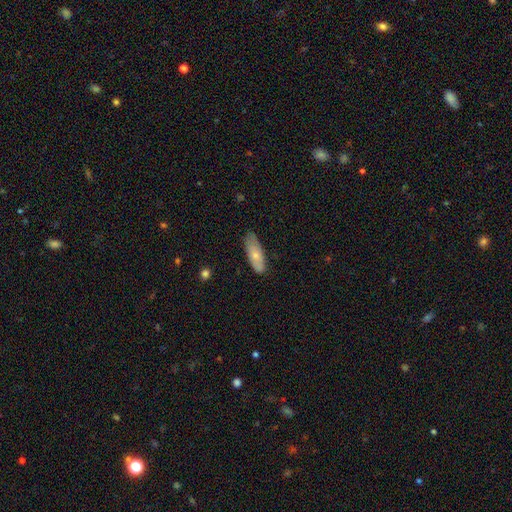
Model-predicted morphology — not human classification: Smooth or featured: smooth — 71% (featured or disk — 23%)
How rounded: in between — 67% (cigar-shaped — 31%)
Merging: none — 77% (minor disturbance — 19%)